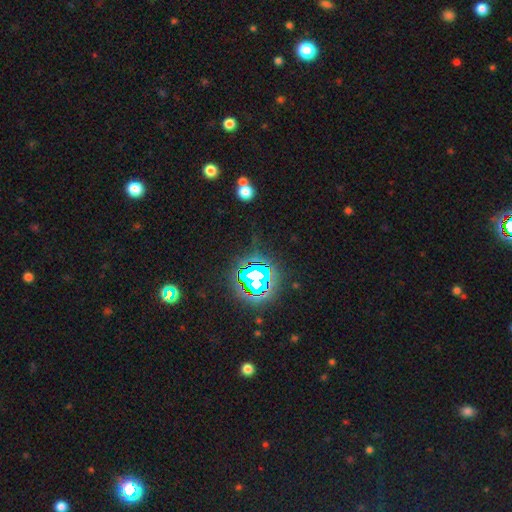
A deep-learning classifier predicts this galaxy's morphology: smooth_or_featured: star or artifact (p=0.81) [alt: smooth p=0.11]